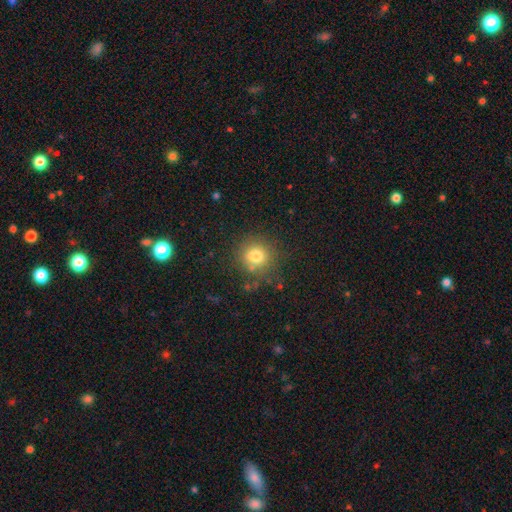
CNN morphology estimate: This is likely a smooth galaxy (78%). How rounded: clearly round (88%). Merging: likely none (78%).